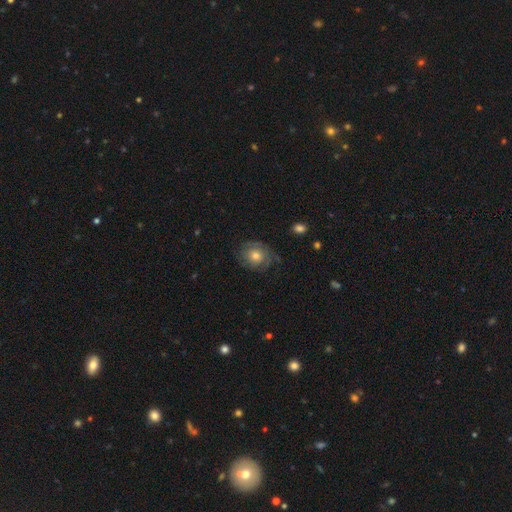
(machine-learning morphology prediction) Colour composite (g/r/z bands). It shows a featured or disk galaxy (56%) with no bar (85%), spiral arms (82%) and a moderate central bulge (64%). Merging: none (69%).